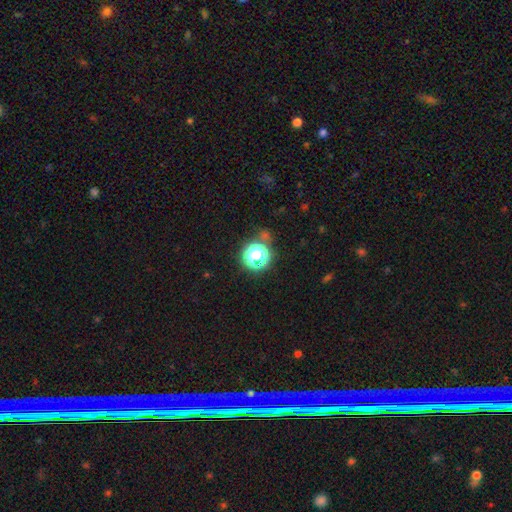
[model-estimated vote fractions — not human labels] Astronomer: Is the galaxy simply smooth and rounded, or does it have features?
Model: star or artifact — 48% (runner-up: smooth, 42%).